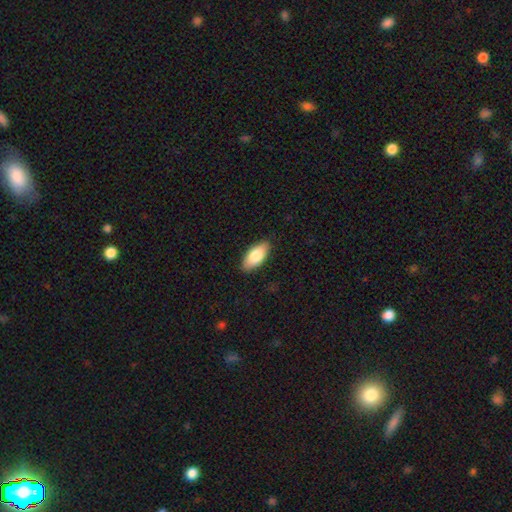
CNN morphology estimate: smooth_or_featured: smooth (p=0.82) [alt: featured or disk p=0.13]
how_rounded: in between (p=0.91) [alt: cigar-shaped p=0.07]
merging: none (p=0.88) [alt: minor disturbance p=0.10]